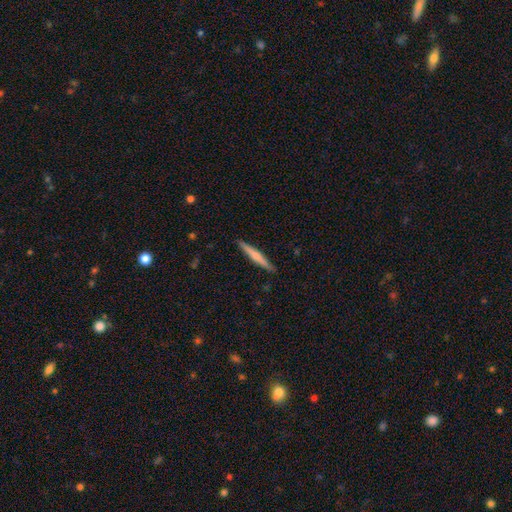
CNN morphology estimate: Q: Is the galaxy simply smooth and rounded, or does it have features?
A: smooth — 52%.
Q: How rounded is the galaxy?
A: cigar-shaped — 95%.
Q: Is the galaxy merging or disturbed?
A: none — 91%.